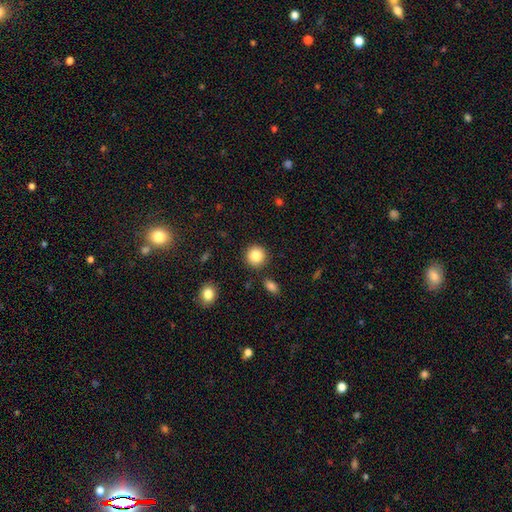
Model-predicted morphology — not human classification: A smooth galaxy with no disk features (85%) that is round (93%). Merging: none (88%).